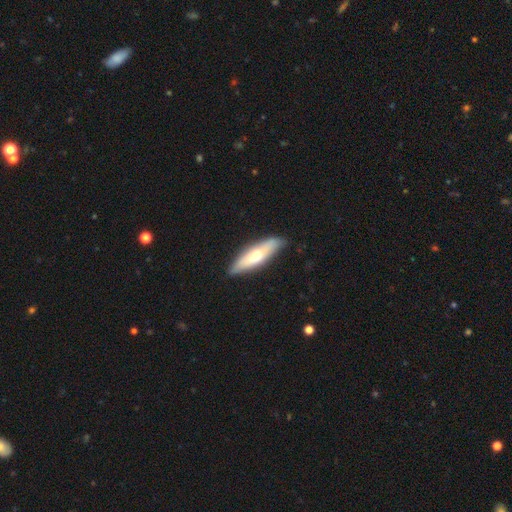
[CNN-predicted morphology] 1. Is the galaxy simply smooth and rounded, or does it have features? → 54% smooth, 41% featured or disk, 5% star or artifact.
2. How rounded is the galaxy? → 59% cigar-shaped, 39% in between, 2% round.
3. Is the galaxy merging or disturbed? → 85% none, 11% minor disturbance, 2% major disturbance, 1% merger.